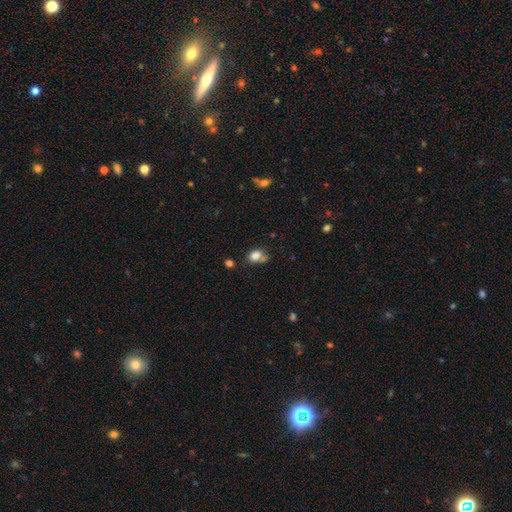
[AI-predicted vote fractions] smooth 80%, star or artifact 11%, featured or disk 9%. Down the decision tree: how rounded — in between (65%); merging — none (45%).